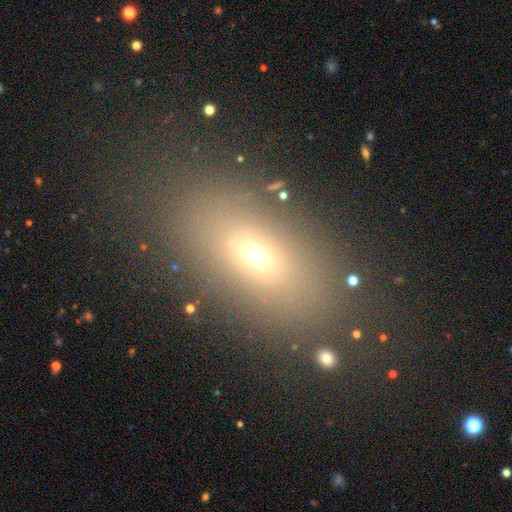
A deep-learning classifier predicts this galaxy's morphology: A smooth galaxy with no disk features (62%) that is in between round and cigar-shaped (78%).

Vote fractions:
- Smooth or featured? smooth: 62% / star or artifact: 20% / featured or disk: 18%
- How rounded? in between: 78% / round: 13% / cigar-shaped: 9%
- Merging? none: 78% / minor disturbance: 11% / major disturbance: 7% / merger: 4%